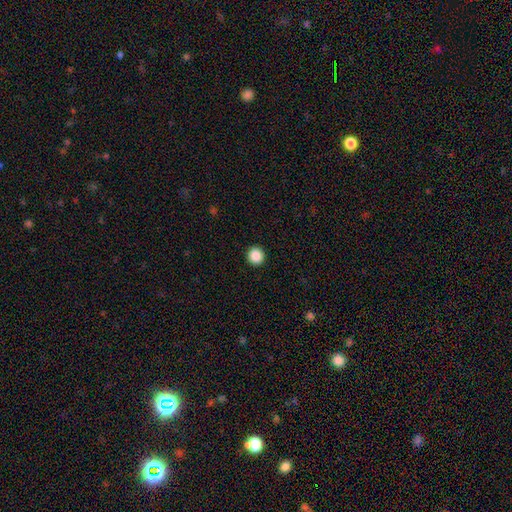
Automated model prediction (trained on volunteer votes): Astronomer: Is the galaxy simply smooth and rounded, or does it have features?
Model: smooth — 88%.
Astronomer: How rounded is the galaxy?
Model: round — 94%.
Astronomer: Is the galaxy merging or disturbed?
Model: none — 94%.